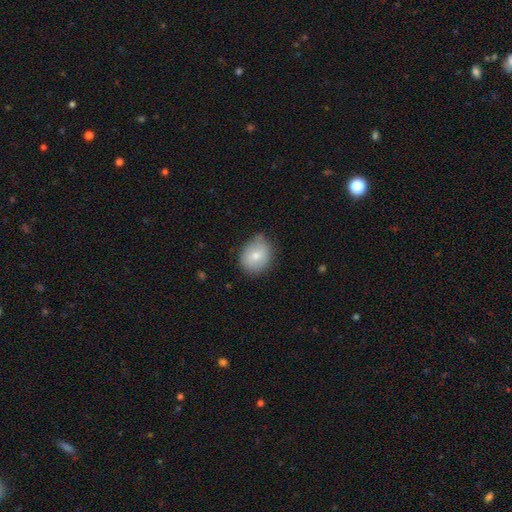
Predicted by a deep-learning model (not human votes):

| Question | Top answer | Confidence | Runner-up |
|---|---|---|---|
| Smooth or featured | smooth | 74% | featured or disk (18%) |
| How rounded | round | 57% | in between (43%) |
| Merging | none | 68% | minor disturbance (25%) |